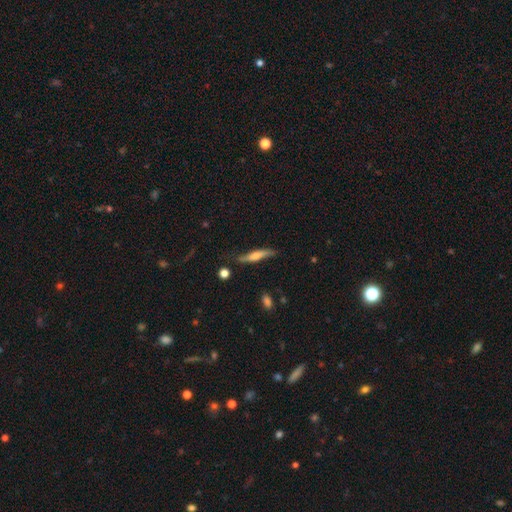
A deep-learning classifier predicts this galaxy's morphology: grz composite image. It shows a featured or disk galaxy (48%). Merging: none (67%).